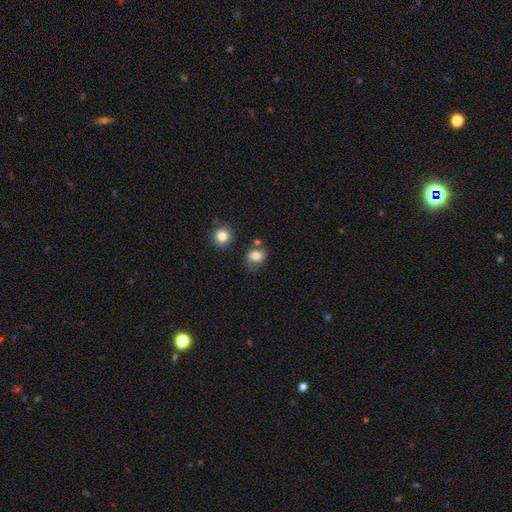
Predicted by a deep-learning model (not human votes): Morphology: type=smooth (79%); roundness=round (55%); merging=none (62%).